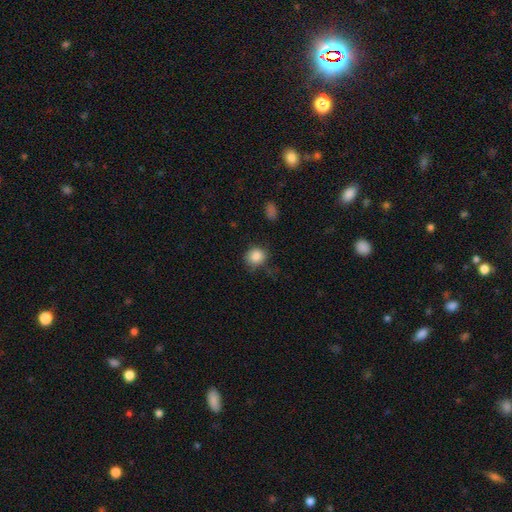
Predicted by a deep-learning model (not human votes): Smooth or featured? Predicted: smooth (p=0.86). How rounded? Predicted: round (p=0.80). Merging? Predicted: none (p=0.71).